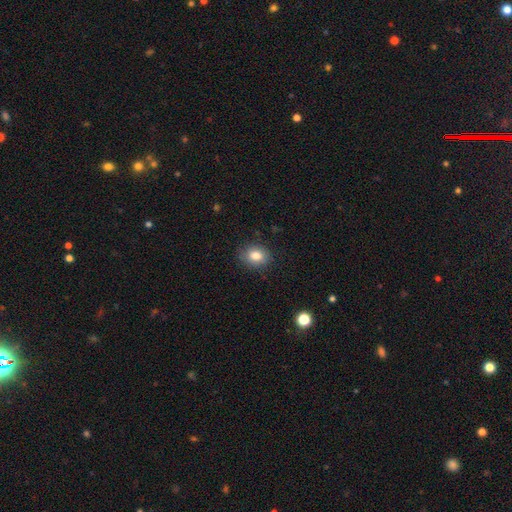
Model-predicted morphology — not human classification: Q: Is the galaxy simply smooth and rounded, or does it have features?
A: smooth — 84%.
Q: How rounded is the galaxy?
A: in between — 57%.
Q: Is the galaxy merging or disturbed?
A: none — 83%.